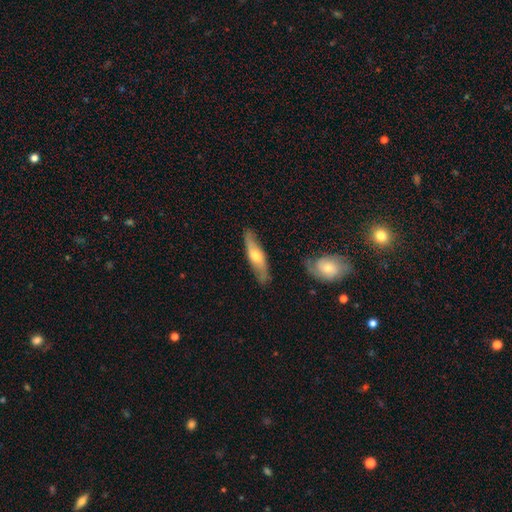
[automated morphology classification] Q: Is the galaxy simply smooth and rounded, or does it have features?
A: featured or disk — 52%.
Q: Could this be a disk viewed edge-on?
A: yes — 51%.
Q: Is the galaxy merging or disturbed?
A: none — 81%.